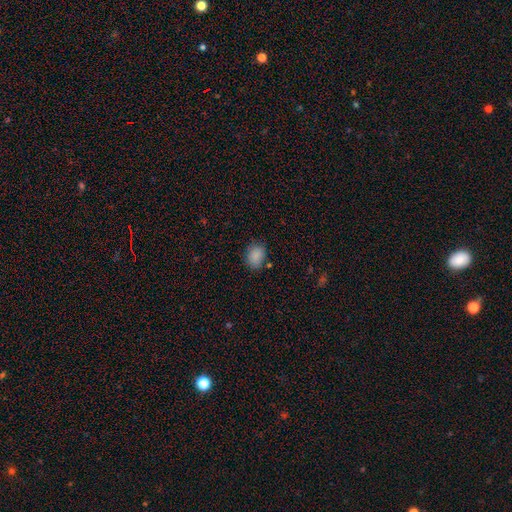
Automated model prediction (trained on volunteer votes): smooth 87%, star or artifact 9%, featured or disk 4%. Down the decision tree: how rounded — in between (65%); merging — none (79%).